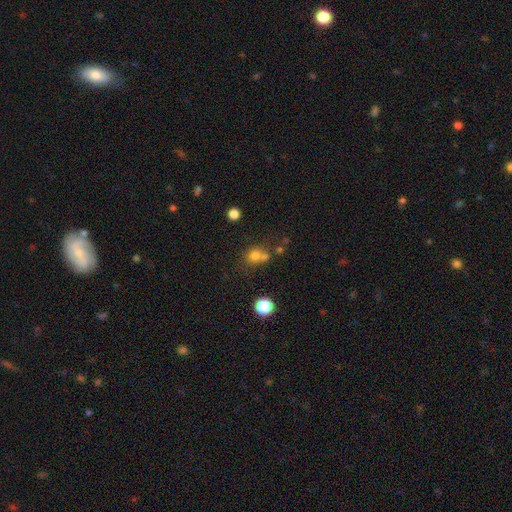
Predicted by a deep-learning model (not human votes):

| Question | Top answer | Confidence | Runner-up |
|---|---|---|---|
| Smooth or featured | smooth | 73% | star or artifact (16%) |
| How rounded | round | 71% | in between (28%) |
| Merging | merger | 42% | tied: none (42%) |